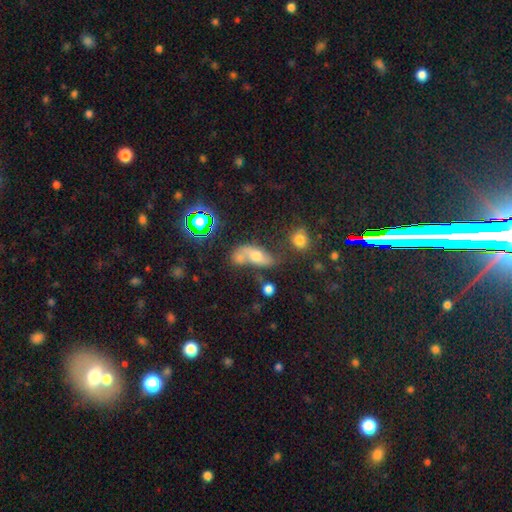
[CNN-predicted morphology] type=smooth (47%); merging=merger (40%).